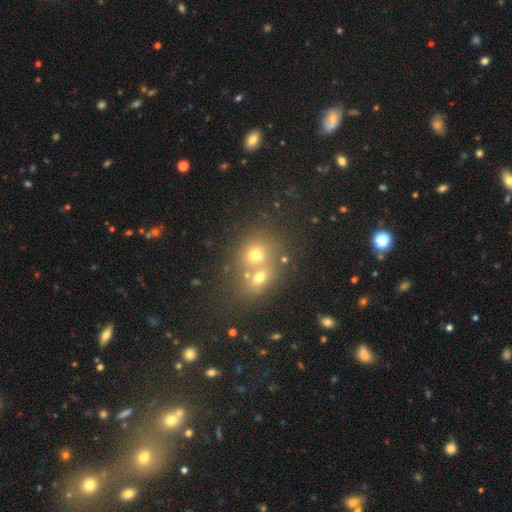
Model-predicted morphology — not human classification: A smooth galaxy with no disk features (62%) that is round (68%). Merging: merger (58%).